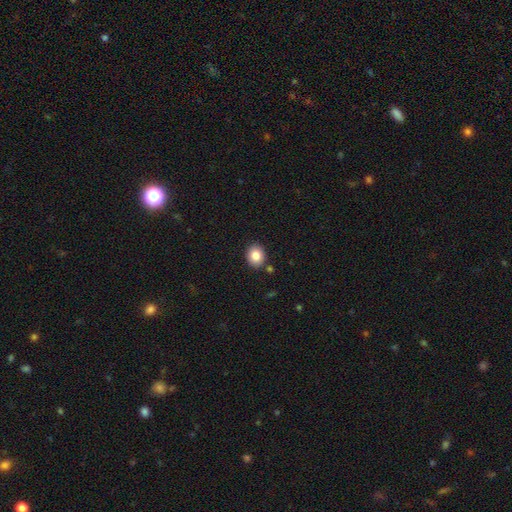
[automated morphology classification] smooth-or-featured: smooth: 84% | star or artifact: 9% | featured or disk: 7%
  how-rounded: round: 62% | in between: 38% | cigar-shaped: 1%
  merging: none: 86% | minor disturbance: 8% | merger: 4% | major disturbance: 2%